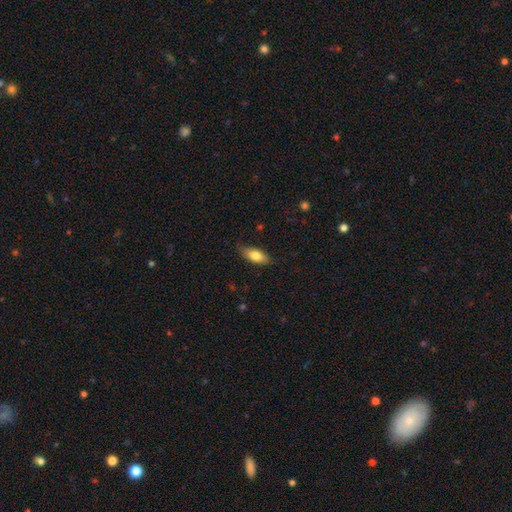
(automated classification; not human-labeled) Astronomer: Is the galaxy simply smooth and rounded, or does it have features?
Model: smooth — 75%.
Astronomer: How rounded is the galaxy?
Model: in between — 77%.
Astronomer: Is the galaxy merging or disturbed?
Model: none — 82%.